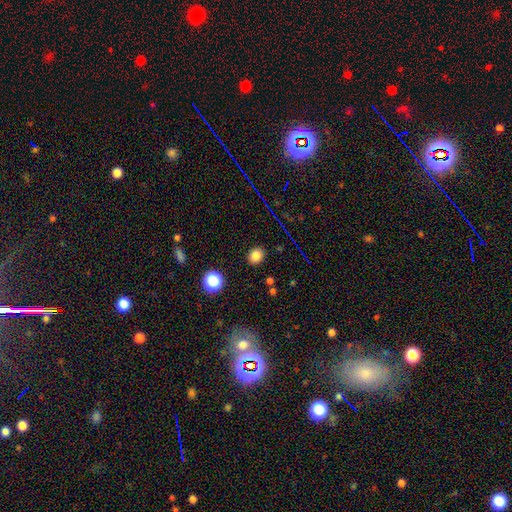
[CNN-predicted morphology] Smooth or featured: smooth — 81% (star or artifact — 14%)
How rounded: round — 59% (in between — 40%)
Merging: none — 89% (minor disturbance — 7%)